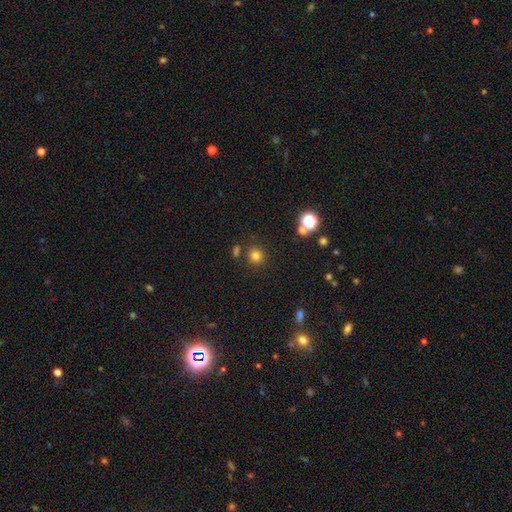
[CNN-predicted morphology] Smooth or featured? Predicted: smooth (p=0.77). How rounded? Predicted: round (p=0.93). Merging? Predicted: none (p=0.83).